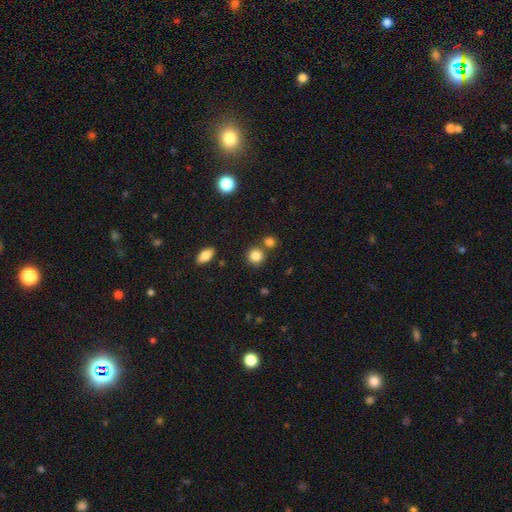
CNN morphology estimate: Smooth or featured: smooth — 84% (star or artifact — 11%)
How rounded: round — 87% (in between — 12%)
Merging: none — 75% (merger — 14%)